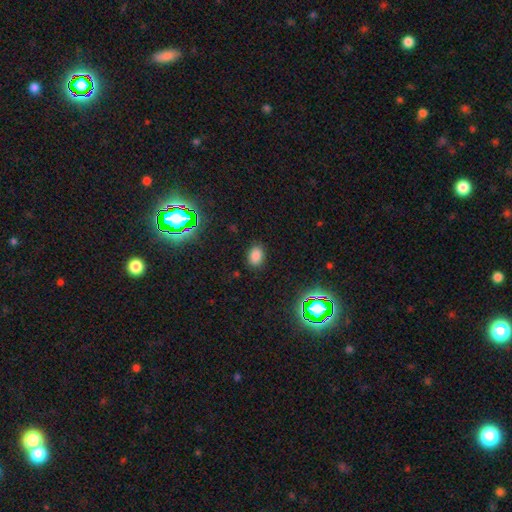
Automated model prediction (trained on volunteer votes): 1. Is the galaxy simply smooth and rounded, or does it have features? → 78% smooth, 17% star or artifact, 5% featured or disk.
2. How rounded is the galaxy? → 74% in between, 25% round, 1% cigar-shaped.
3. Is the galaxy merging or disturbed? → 86% none, 10% minor disturbance, 3% major disturbance, 1% merger.